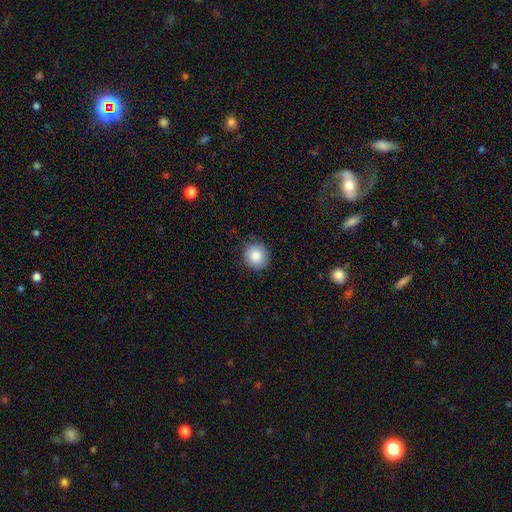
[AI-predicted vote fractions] smooth-or-featured: smooth: 85% | star or artifact: 8% | featured or disk: 7%
  how-rounded: round: 85% | in between: 14% | cigar-shaped: 1%
  merging: none: 83% | minor disturbance: 13% | major disturbance: 3% | merger: 1%